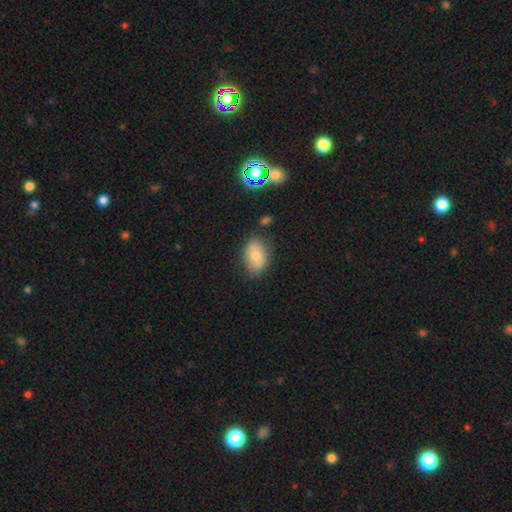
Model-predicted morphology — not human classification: Overall: smooth (75%). How rounded: in between (83%). Merging: none (72%).